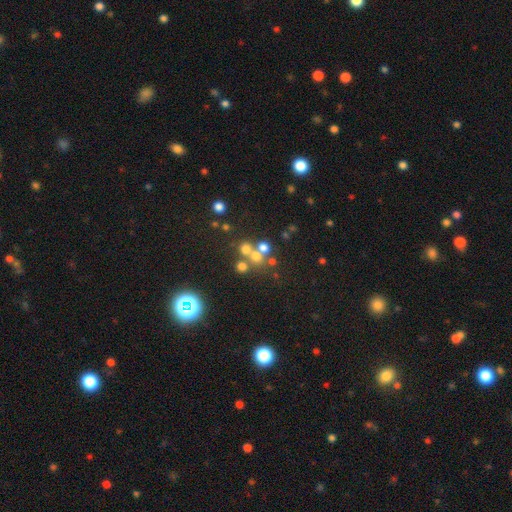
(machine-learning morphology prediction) type=smooth (57%); roundness=round (88%); merging=none (51%).